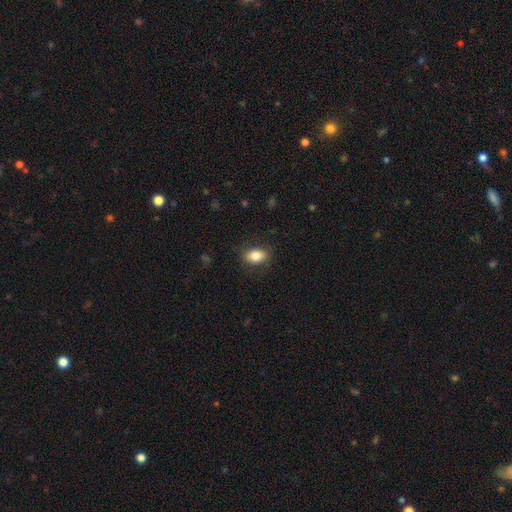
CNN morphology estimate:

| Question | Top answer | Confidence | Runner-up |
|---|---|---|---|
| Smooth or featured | smooth | 83% | featured or disk (9%) |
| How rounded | in between | 81% | round (18%) |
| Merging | none | 85% | minor disturbance (11%) |